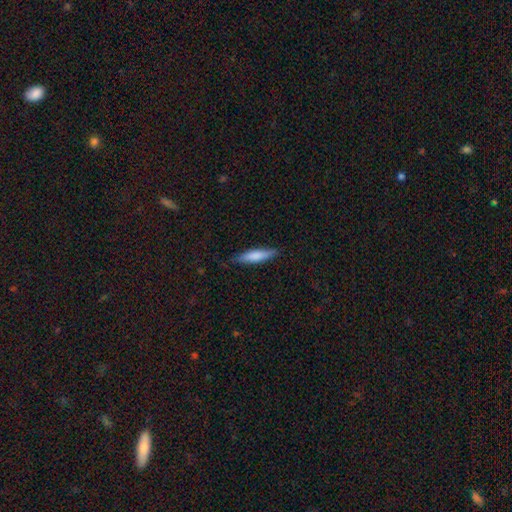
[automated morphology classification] Smooth or featured? smooth (73%)
How rounded? cigar-shaped (78%)
Merging? none (82%)